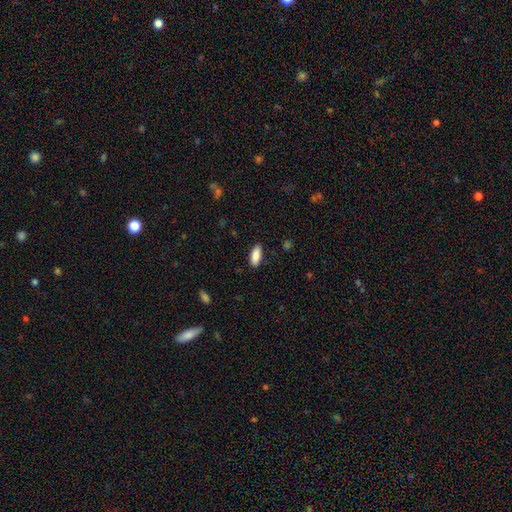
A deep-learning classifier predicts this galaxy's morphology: Overall: smooth (88%). How rounded: in between (81%). Merging: none (86%).